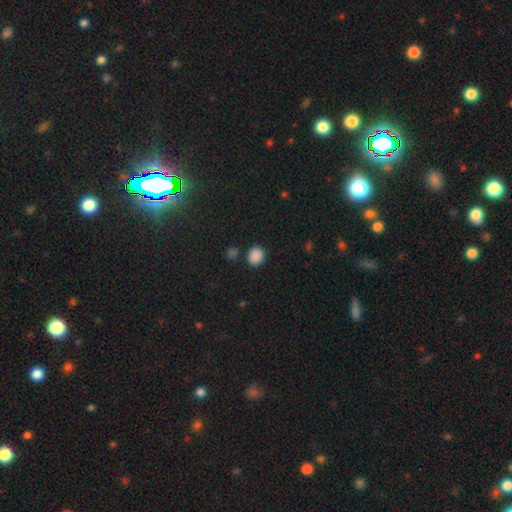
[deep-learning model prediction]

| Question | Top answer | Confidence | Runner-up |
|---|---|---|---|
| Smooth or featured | smooth | 86% | star or artifact (10%) |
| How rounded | round | 75% | in between (24%) |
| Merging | none | 82% | minor disturbance (9%) |